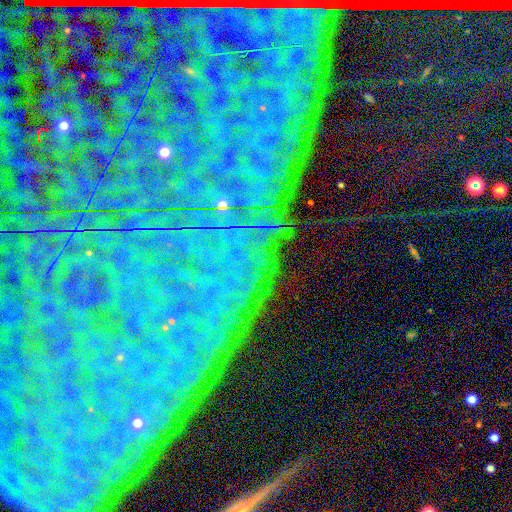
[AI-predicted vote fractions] Smooth or featured? star or artifact (82%)